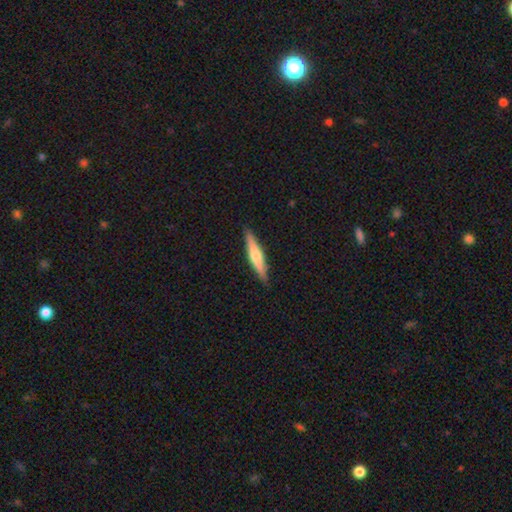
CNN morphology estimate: Smooth or featured? Predicted: smooth (p=0.49). Merging? Predicted: none (p=0.89).